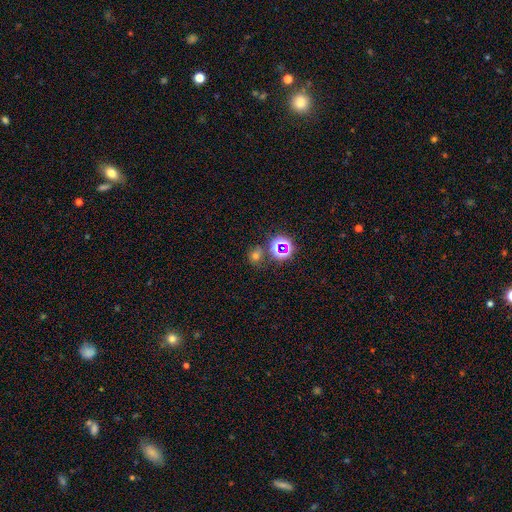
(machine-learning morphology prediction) Smooth or featured?
  - smooth: 55% *
  - star or artifact: 36%
  - featured or disk: 9%
How rounded?
  - round: 78% *
  - in between: 21%
  - cigar-shaped: 1%
Merging?
  - none: 71% *
  - minor disturbance: 13%
  - merger: 11%
  - major disturbance: 6%